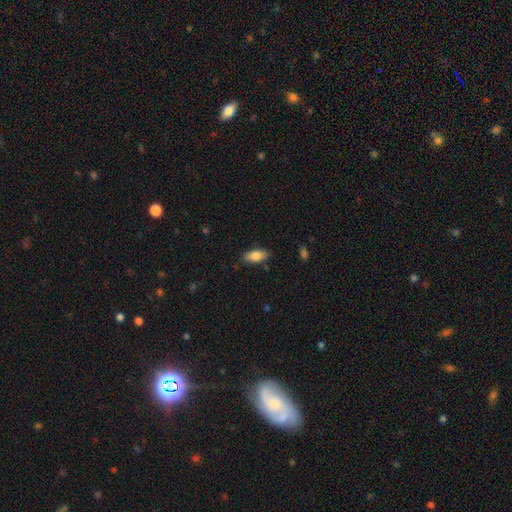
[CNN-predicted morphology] Overall: smooth (83%). How rounded: in between (85%). Merging: none (83%).